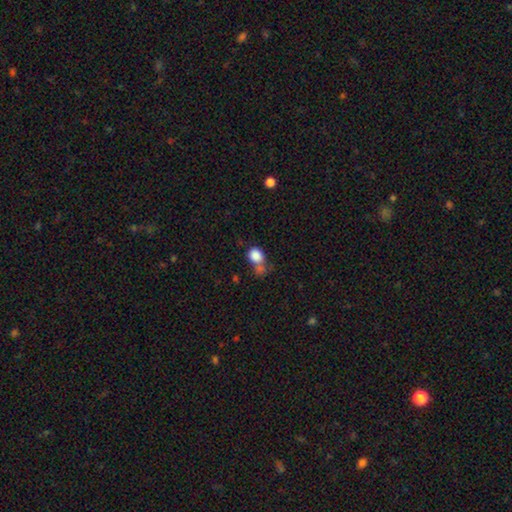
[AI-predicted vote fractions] A smooth galaxy with no disk features (84%) that is round (61%).

Vote fractions:
- Smooth or featured? smooth: 84% / star or artifact: 9% / featured or disk: 6%
- How rounded? round: 61% / in between: 38% / cigar-shaped: 1%
- Merging? none: 41% / merger: 34% / minor disturbance: 16% / major disturbance: 9%